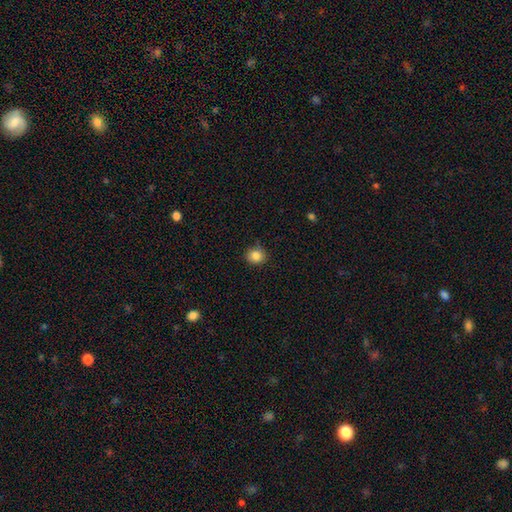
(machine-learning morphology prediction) Smooth or featured? smooth (85%)
How rounded? round (82%)
Merging? none (82%)